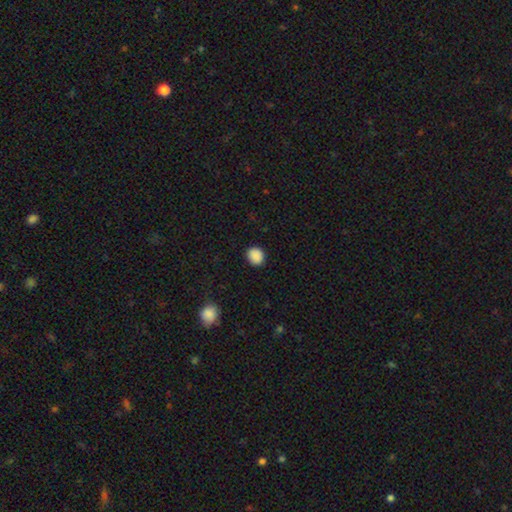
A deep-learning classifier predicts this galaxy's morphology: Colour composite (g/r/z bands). It shows a smooth galaxy with no disk features (89%) that is round (76%). Merging: none (89%).